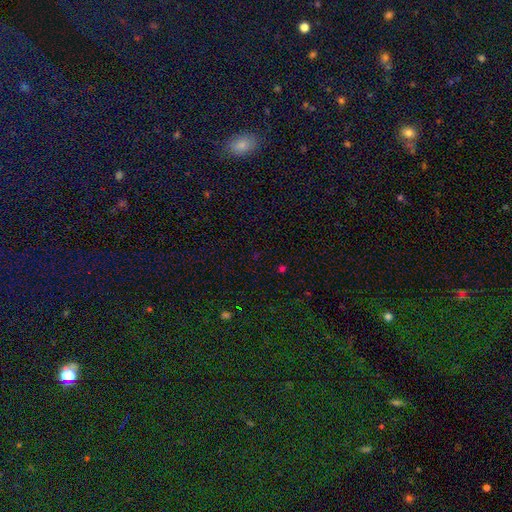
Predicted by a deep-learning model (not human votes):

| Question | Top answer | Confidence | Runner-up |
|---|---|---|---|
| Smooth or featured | star or artifact | 61% | smooth (32%) |